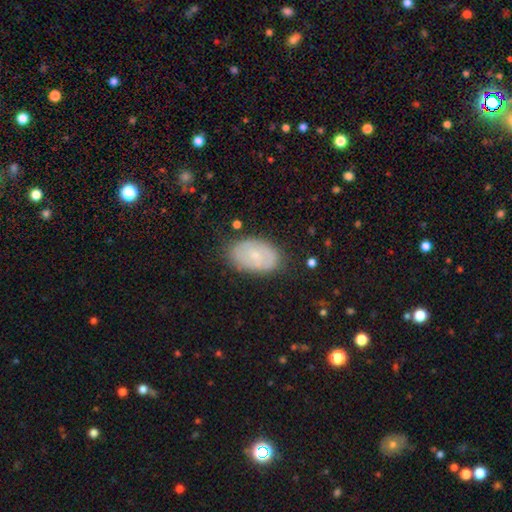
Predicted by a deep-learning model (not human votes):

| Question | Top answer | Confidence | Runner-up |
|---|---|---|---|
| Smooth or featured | smooth | 49% | featured or disk (43%) |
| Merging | none | 80% | minor disturbance (15%) |